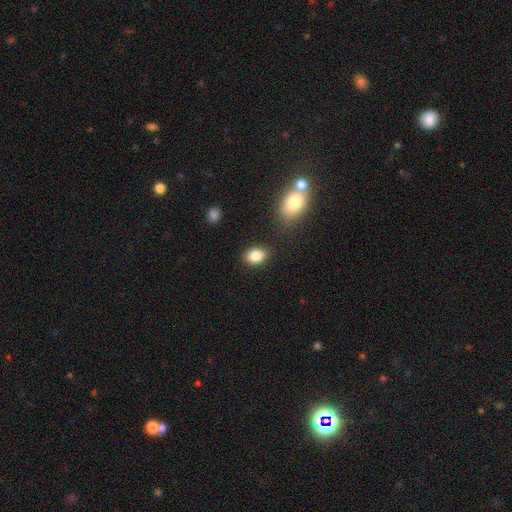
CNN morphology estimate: Smooth or featured? Predicted: smooth (p=0.85). How rounded? Predicted: in between (p=0.69). Merging? Predicted: none (p=0.85).